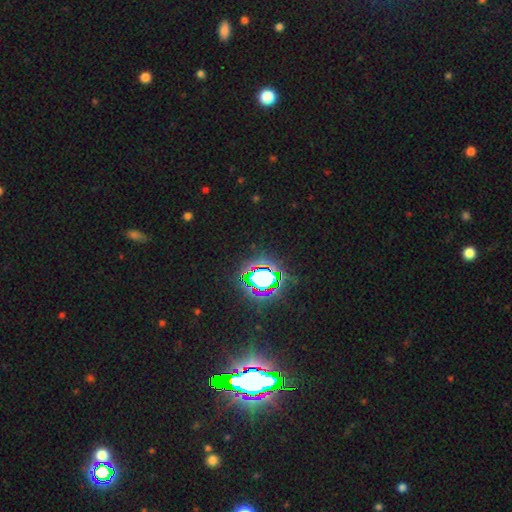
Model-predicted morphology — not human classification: smooth-or-featured: star or artifact: 83% | smooth: 10% | featured or disk: 7%